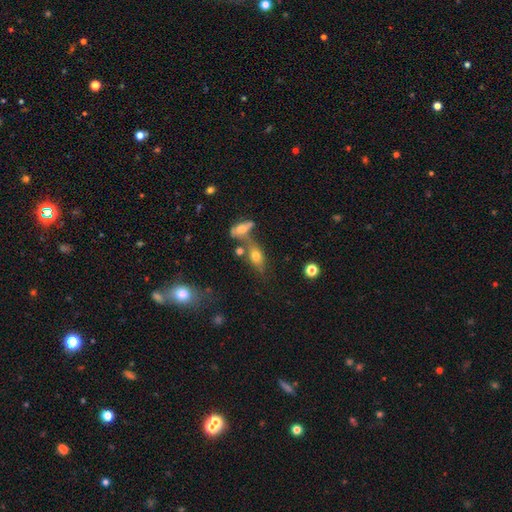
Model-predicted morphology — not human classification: Smooth or featured? Predicted: smooth (p=0.60). How rounded? Predicted: in between (p=0.73). Merging? Predicted: none (p=0.48).